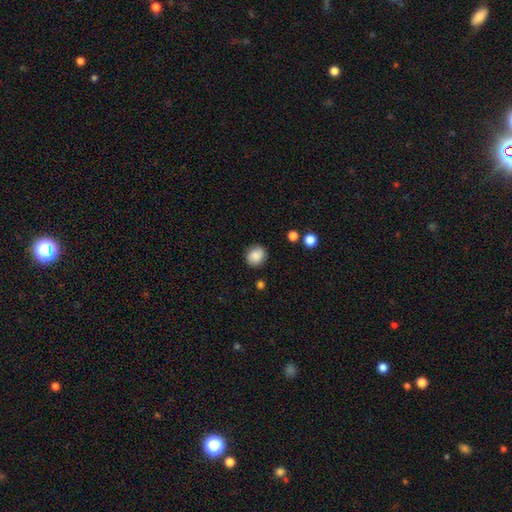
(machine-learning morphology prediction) This is clearly a smooth galaxy (85%). How rounded: likely round (76%). Merging: clearly none (83%).